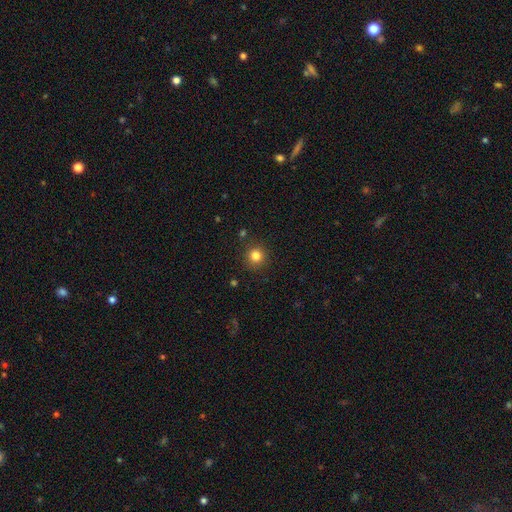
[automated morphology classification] Smooth or featured? Predicted: smooth (p=0.82). How rounded? Predicted: round (p=0.94). Merging? Predicted: none (p=0.89).